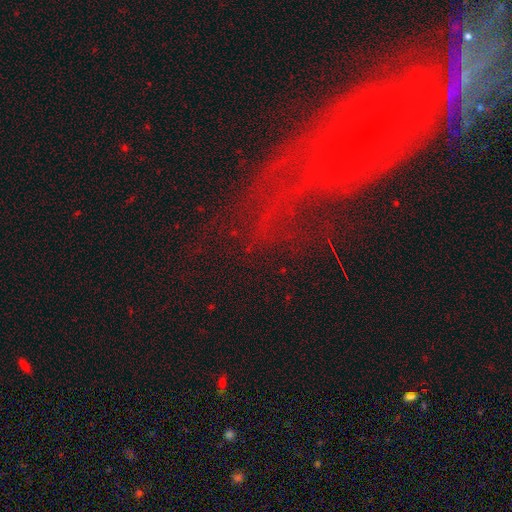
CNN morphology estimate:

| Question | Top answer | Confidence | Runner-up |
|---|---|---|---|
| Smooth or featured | featured or disk | 65% | smooth (18%) |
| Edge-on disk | no | 81% | yes (19%) |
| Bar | weak | 41% | no (36%) |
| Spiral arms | yes | 78% | no (22%) |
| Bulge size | small | 59% | moderate (23%) |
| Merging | none | 69% | minor disturbance (18%) |